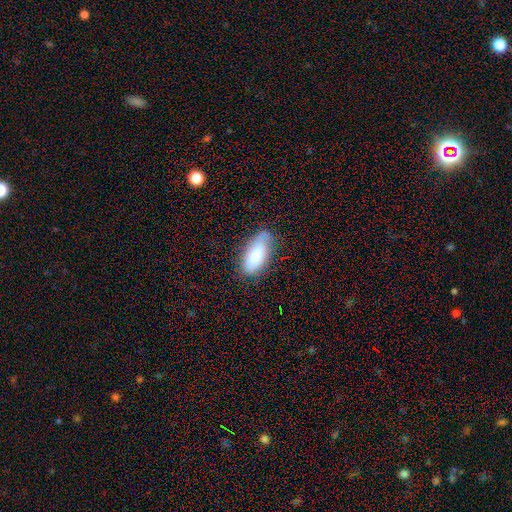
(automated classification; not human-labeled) smooth 81%, featured or disk 13%, star or artifact 7%. Down the decision tree: how rounded — in between (88%); merging — none (66%).